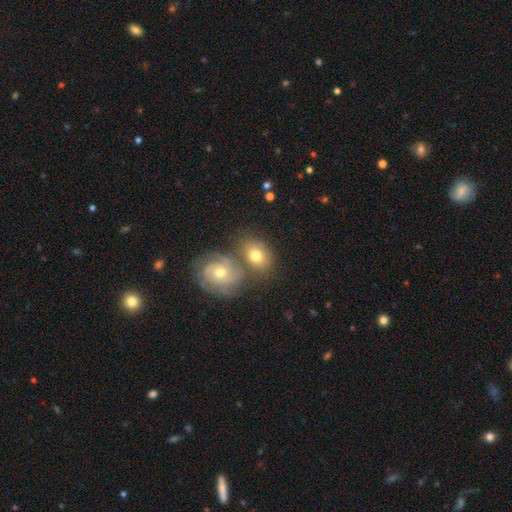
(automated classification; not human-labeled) Smooth or featured: smooth — 51% (featured or disk — 40%)
How rounded: in between — 65% (round — 34%)
Merging: none — 52% (merger — 29%)